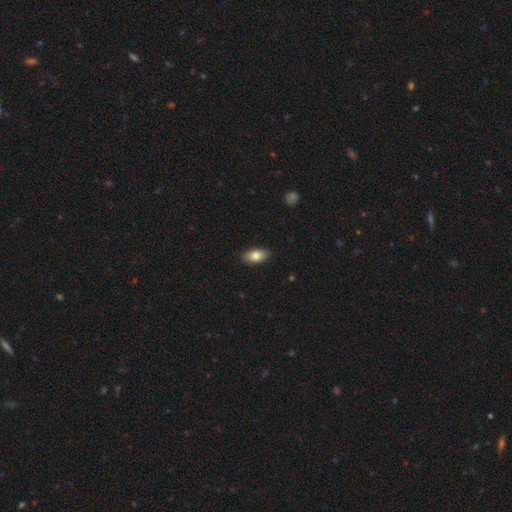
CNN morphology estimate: Q: Smooth or featured?
A: smooth (83%); runner-up: featured or disk (10%)
Q: How rounded?
A: in between (91%); runner-up: round (5%)
Q: Merging?
A: none (89%); runner-up: minor disturbance (9%)